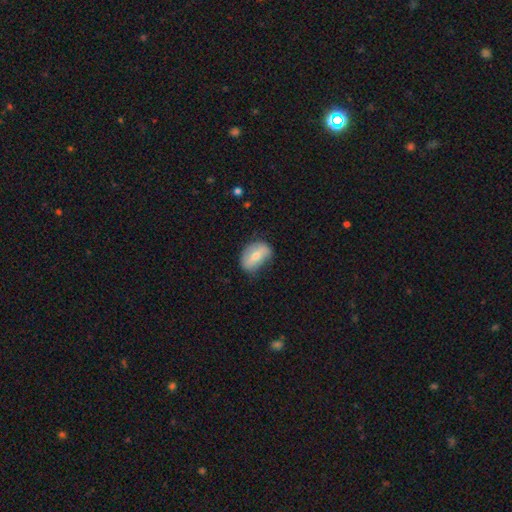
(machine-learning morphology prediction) Smooth or featured?
  - smooth: 58% *
  - featured or disk: 35%
  - star or artifact: 7%
How rounded?
  - in between: 84% *
  - round: 13%
  - cigar-shaped: 3%
Merging?
  - none: 62% *
  - minor disturbance: 29%
  - major disturbance: 8%
  - merger: 2%